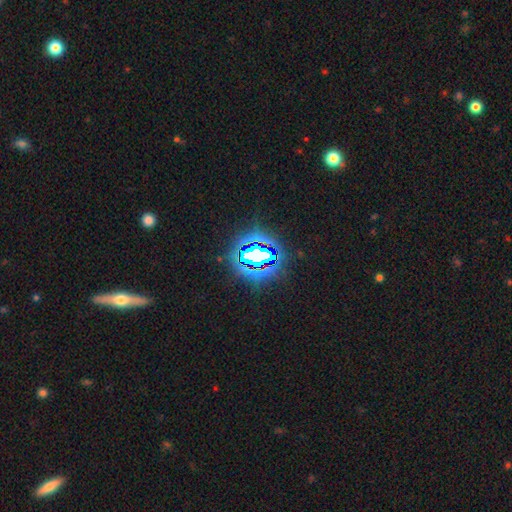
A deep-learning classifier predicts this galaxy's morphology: A star or artifact, not a galaxy (75%).

Vote fractions:
- Smooth or featured? star or artifact: 75% / smooth: 13% / featured or disk: 12%